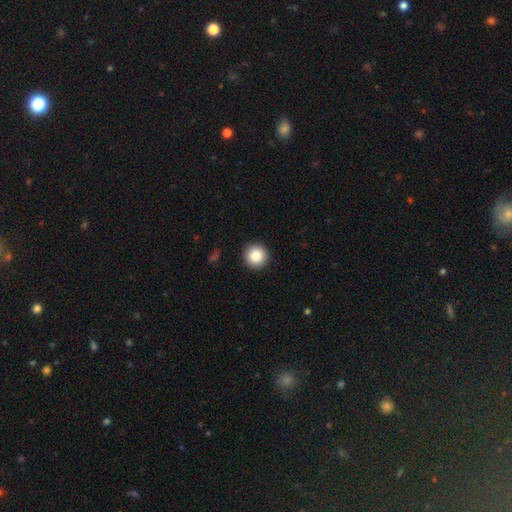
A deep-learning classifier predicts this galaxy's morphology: Smooth or featured? smooth (86%)
How rounded? round (96%)
Merging? none (92%)